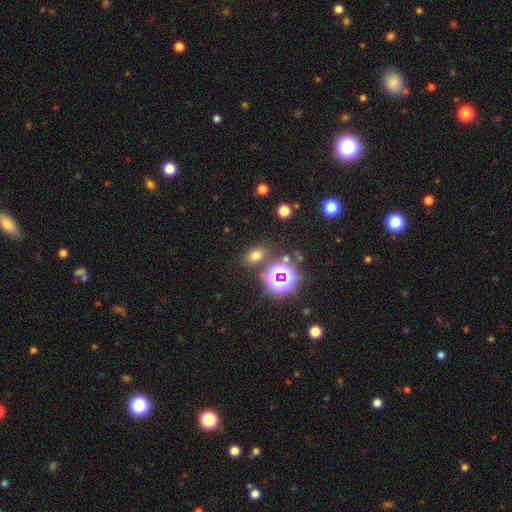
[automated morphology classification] Smooth or featured? smooth (64%)
How rounded? in between (65%)
Merging? none (80%)